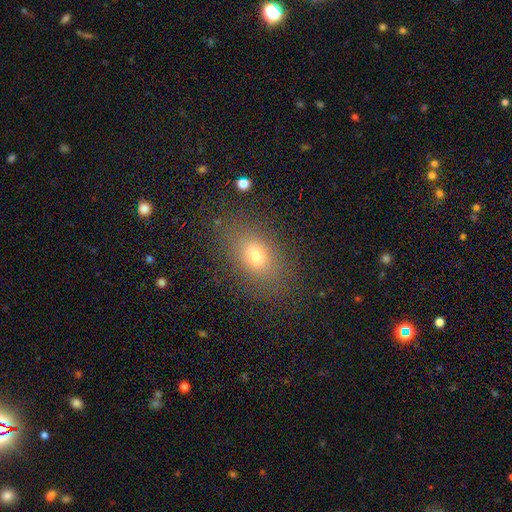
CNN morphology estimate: This appears to be a smooth galaxy with no disk features (72%) that is in between round and cigar-shaped (78%). Merging: none (82%).